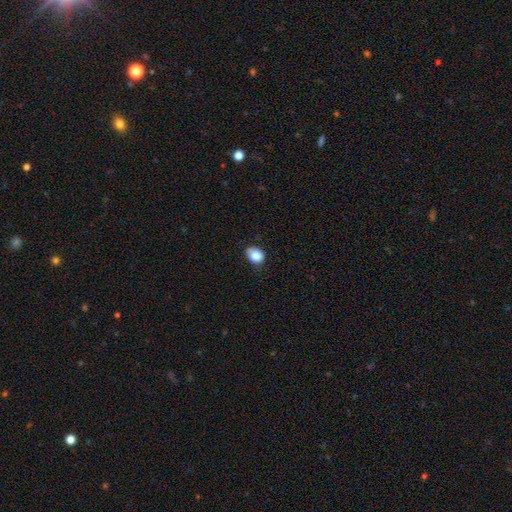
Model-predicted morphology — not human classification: Q: Smooth or featured?
A: smooth (84%); runner-up: star or artifact (9%)
Q: How rounded?
A: in between (53%); runner-up: round (46%)
Q: Merging?
A: none (68%); runner-up: minor disturbance (26%)